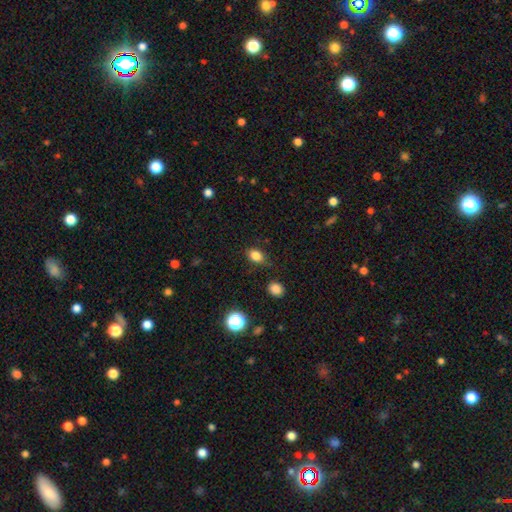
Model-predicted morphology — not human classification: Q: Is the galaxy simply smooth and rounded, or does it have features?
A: smooth — 83%.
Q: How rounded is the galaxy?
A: in between — 76%.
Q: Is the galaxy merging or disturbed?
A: none — 79%.